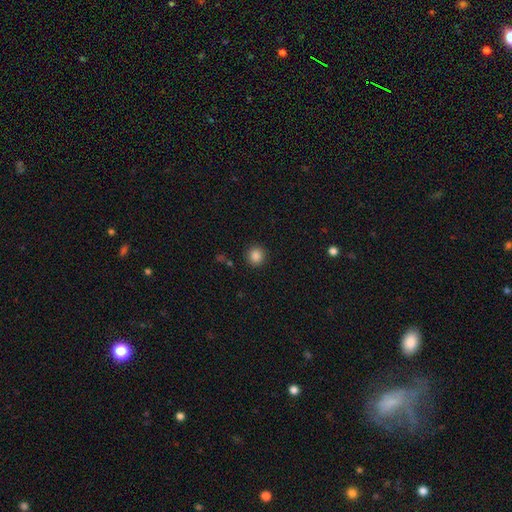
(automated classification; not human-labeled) Smooth or featured?
  - smooth: 86% *
  - star or artifact: 10%
  - featured or disk: 4%
How rounded?
  - round: 91% *
  - in between: 8%
  - cigar-shaped: 1%
Merging?
  - none: 91% *
  - minor disturbance: 6%
  - major disturbance: 2%
  - merger: 1%